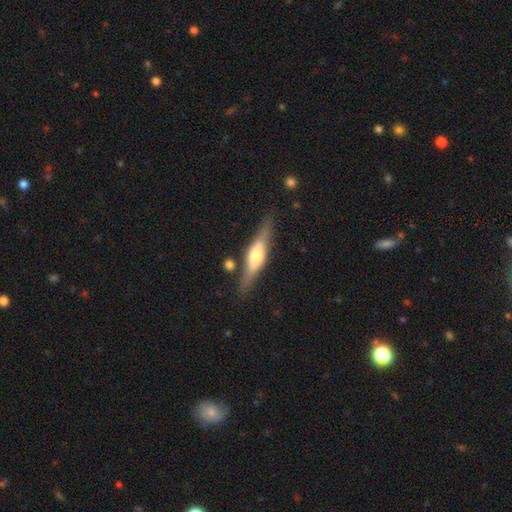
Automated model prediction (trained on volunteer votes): Smooth or featured? Predicted: featured or disk (p=0.61). Edge-on disk? Predicted: yes (p=0.92). Edge-on bulge? Predicted: rounded (p=0.84). Merging? Predicted: none (p=0.80).